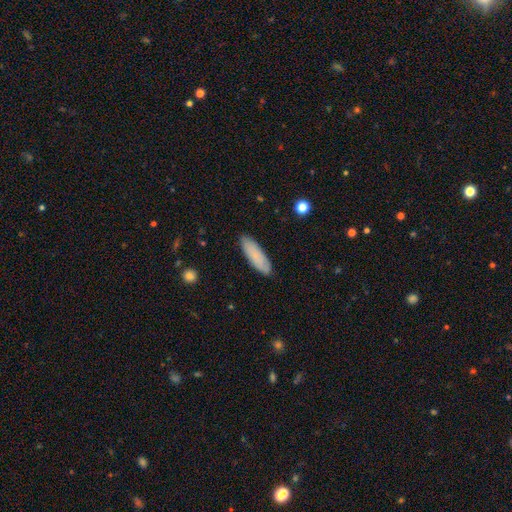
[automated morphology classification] Smooth or featured: smooth — 82% (featured or disk — 12%)
How rounded: cigar-shaped — 51% (in between — 47%)
Merging: none — 87% (minor disturbance — 10%)